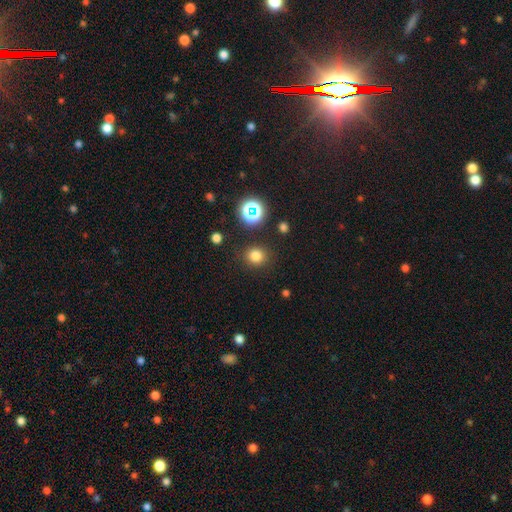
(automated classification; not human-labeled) Morphology: type=smooth (77%); roundness=round (85%); merging=none (87%).